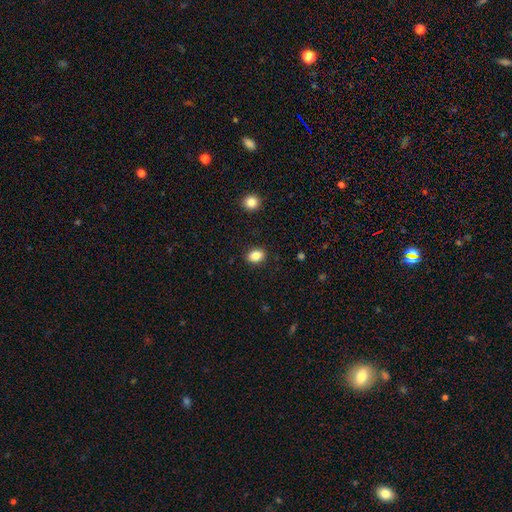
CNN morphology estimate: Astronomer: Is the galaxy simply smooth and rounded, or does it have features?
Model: smooth — 85%.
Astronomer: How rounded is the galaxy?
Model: in between — 67%.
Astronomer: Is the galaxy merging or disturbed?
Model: none — 89%.